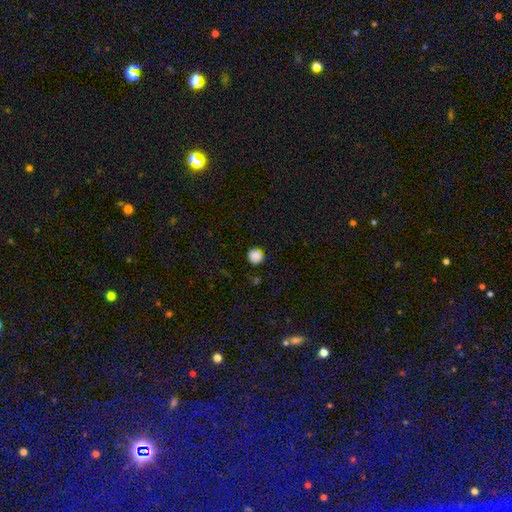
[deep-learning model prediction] smooth_or_featured: smooth (p=0.87) [alt: star or artifact p=0.10]
how_rounded: round (p=0.94) [alt: in between p=0.05]
merging: none (p=0.89) [alt: minor disturbance p=0.08]